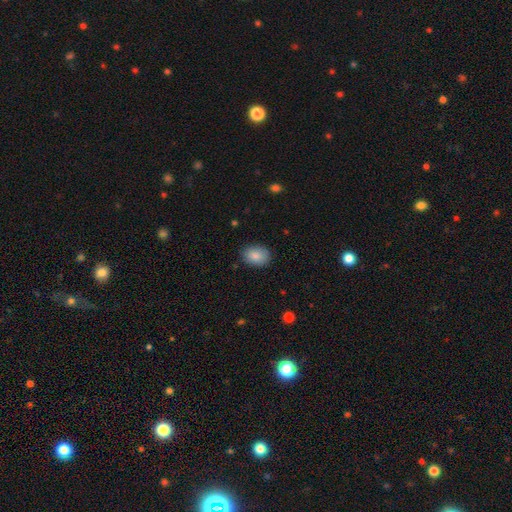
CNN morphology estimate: smooth_or_featured: smooth (p=0.87) [alt: star or artifact p=0.07]
how_rounded: in between (p=0.69) [alt: round p=0.30]
merging: none (p=0.86) [alt: minor disturbance p=0.10]